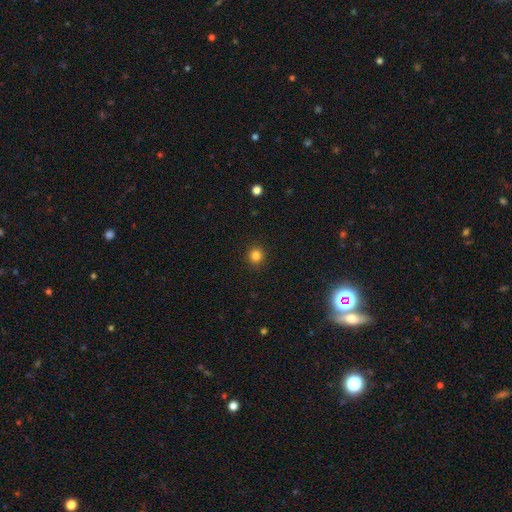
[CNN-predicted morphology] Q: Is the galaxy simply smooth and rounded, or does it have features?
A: smooth — 83%.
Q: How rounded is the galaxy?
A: round — 93%.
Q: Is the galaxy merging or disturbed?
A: none — 92%.